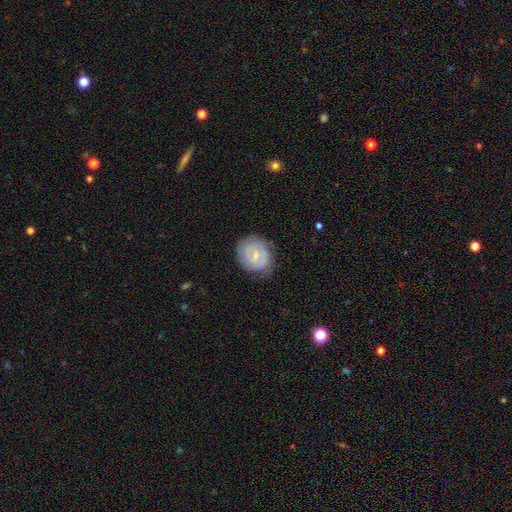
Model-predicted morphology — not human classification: The model was most divided on "smooth or featured": featured or disk: 49%, smooth: 43%, star or artifact: 8%. More confident: merging — none (76%).